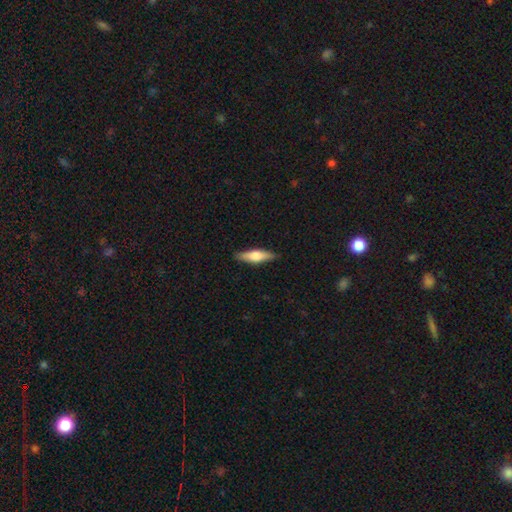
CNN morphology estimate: The model was most divided on "smooth or featured": smooth: 53%, featured or disk: 41%, star or artifact: 6%. More confident: merging — none (89%); how rounded — cigar-shaped (65%).